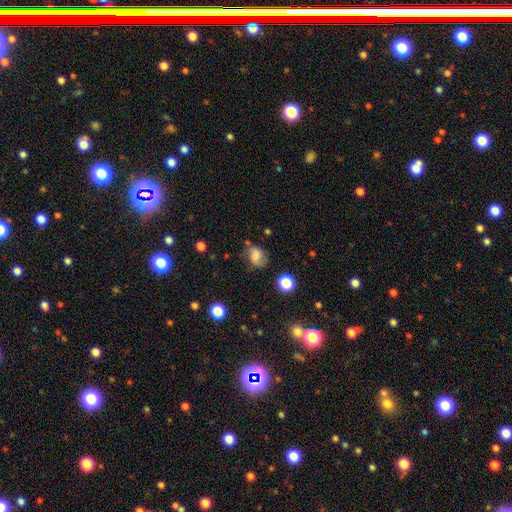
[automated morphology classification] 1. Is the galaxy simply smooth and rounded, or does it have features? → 58% smooth, 30% featured or disk, 13% star or artifact.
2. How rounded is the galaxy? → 52% in between, 47% round, 1% cigar-shaped.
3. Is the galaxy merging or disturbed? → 62% none, 25% minor disturbance, 9% major disturbance, 4% merger.